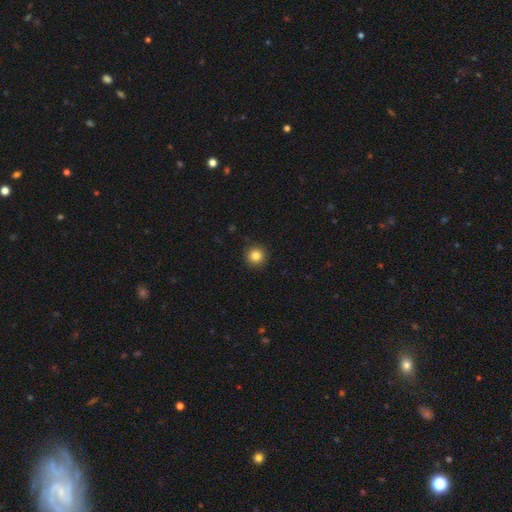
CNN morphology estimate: Smooth or featured? Predicted: smooth (p=0.83). How rounded? Predicted: round (p=0.95). Merging? Predicted: none (p=0.91).